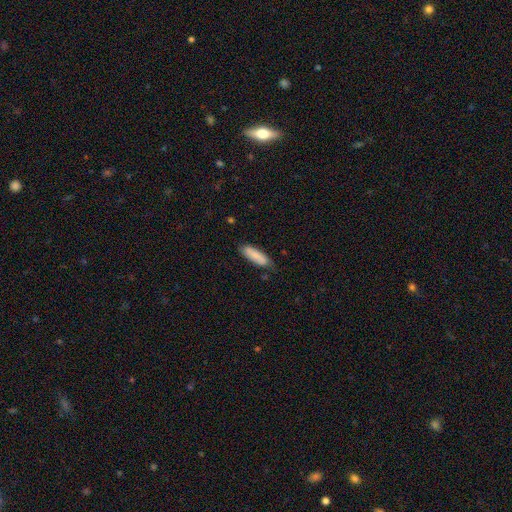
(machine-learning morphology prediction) smooth 83%, featured or disk 11%, star or artifact 6%. Down the decision tree: how rounded — in between (50%); merging — none (76%).